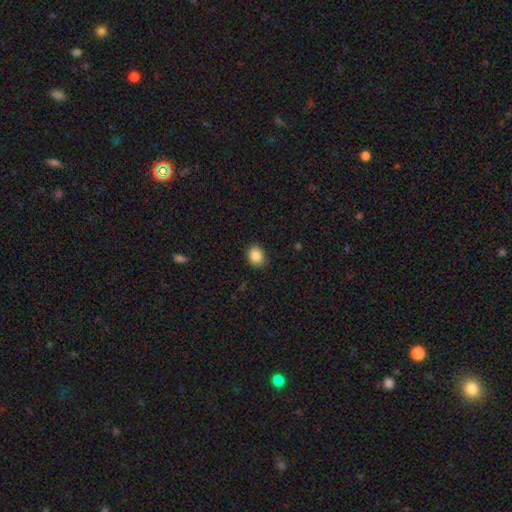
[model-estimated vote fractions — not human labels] Morphology: type=smooth (85%); roundness=in between (53%); merging=none (84%).